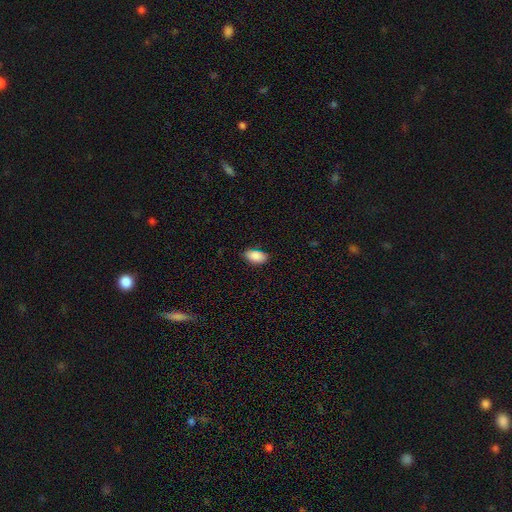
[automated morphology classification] This appears to be a smooth galaxy with no disk features (90%) that is in between round and cigar-shaped (94%). Merging: none (82%).